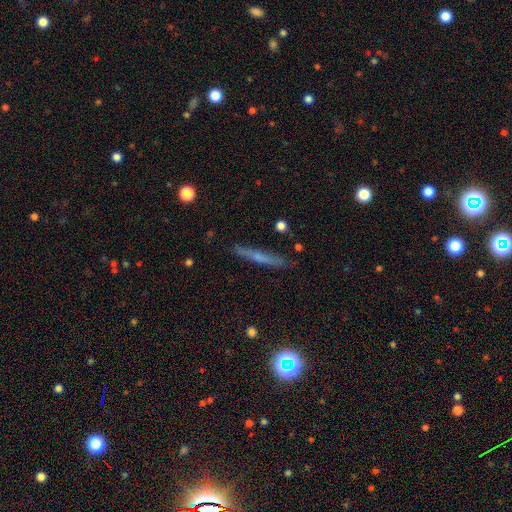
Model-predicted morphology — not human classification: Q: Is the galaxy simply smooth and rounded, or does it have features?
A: featured or disk — 50%.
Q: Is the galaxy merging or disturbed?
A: none — 86%.